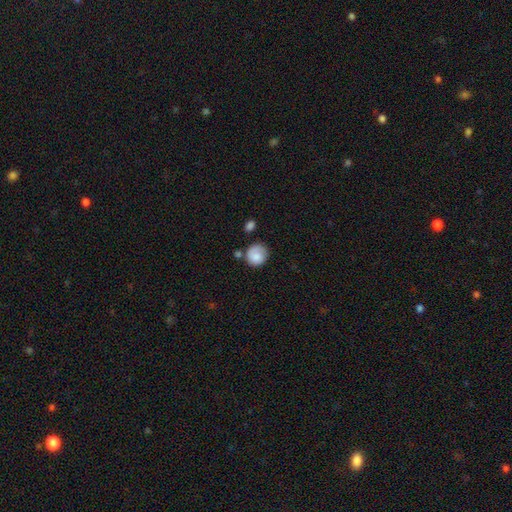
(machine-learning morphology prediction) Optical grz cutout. It shows a smooth galaxy with no disk features (74%) that is round (84%). Merging: none (58%).